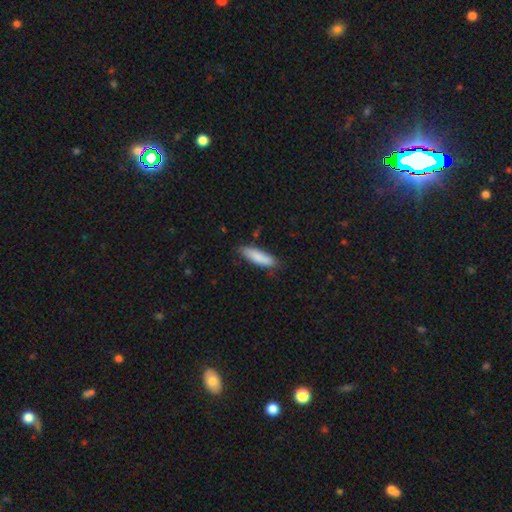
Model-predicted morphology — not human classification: type=smooth (86%); roundness=cigar-shaped (63%); merging=none (79%).